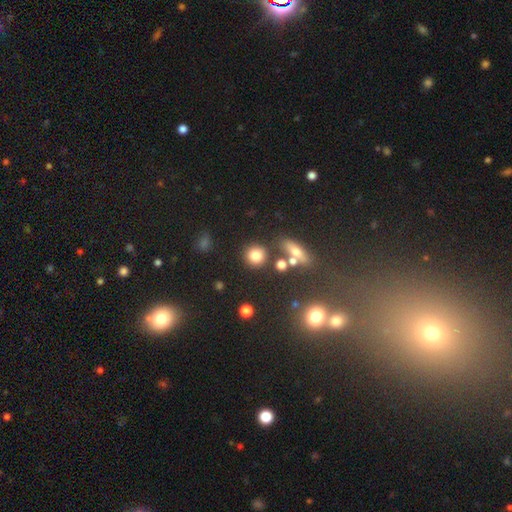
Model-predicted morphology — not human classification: Smooth or featured?
  - smooth: 77% *
  - star or artifact: 14%
  - featured or disk: 9%
How rounded?
  - round: 88% *
  - in between: 10%
  - cigar-shaped: 2%
Merging?
  - none: 76% *
  - merger: 10%
  - minor disturbance: 9%
  - major disturbance: 4%